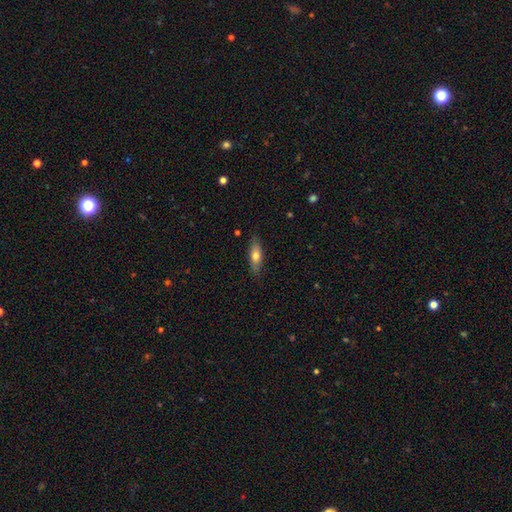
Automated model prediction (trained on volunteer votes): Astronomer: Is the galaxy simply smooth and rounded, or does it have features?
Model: smooth — 69%.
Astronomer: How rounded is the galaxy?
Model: in between — 56% (runner-up: cigar-shaped, 41%).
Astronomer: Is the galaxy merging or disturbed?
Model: none — 83%.